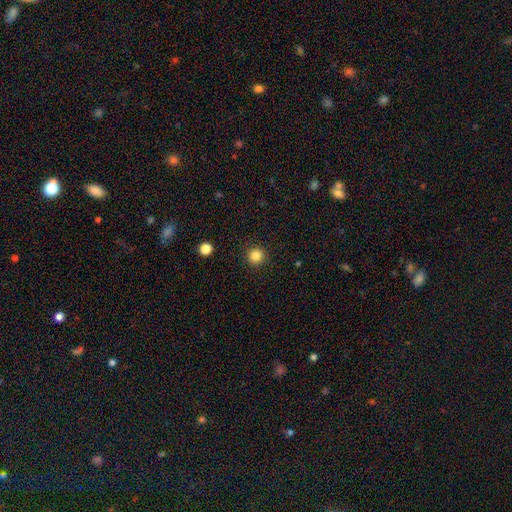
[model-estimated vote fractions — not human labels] smooth_or_featured: smooth (p=0.84) [alt: star or artifact p=0.12]
how_rounded: round (p=0.95) [alt: in between p=0.04]
merging: none (p=0.93) [alt: minor disturbance p=0.04]